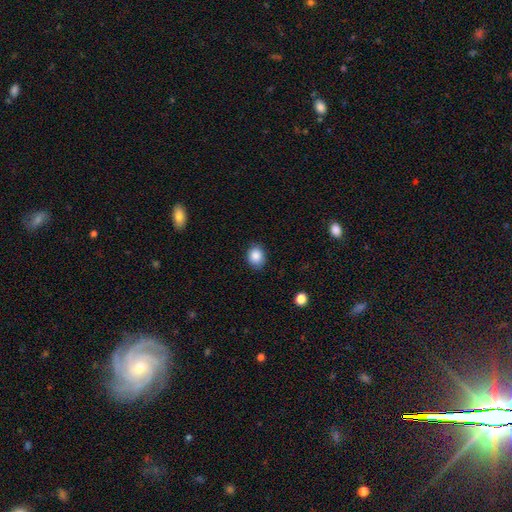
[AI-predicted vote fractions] A smooth galaxy with no disk features (87%) that is round (57%).

Vote fractions:
- Smooth or featured? smooth: 87% / star or artifact: 9% / featured or disk: 4%
- How rounded? round: 57% / in between: 42% / cigar-shaped: 1%
- Merging? none: 86% / minor disturbance: 11% / major disturbance: 2% / merger: 1%